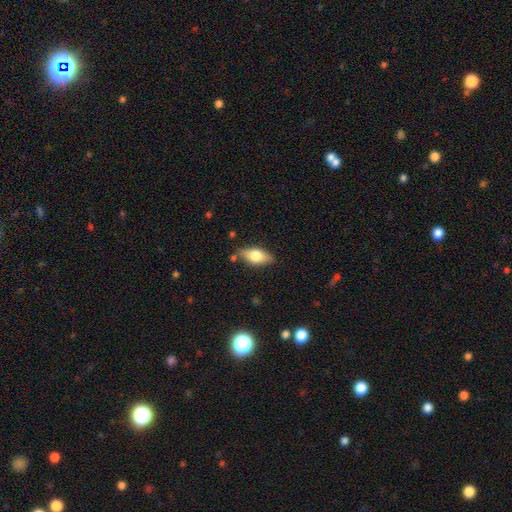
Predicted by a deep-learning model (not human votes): Q: Smooth or featured?
A: smooth (61%); runner-up: featured or disk (32%)
Q: How rounded?
A: in between (83%); runner-up: cigar-shaped (13%)
Q: Merging?
A: none (79%); runner-up: minor disturbance (14%)